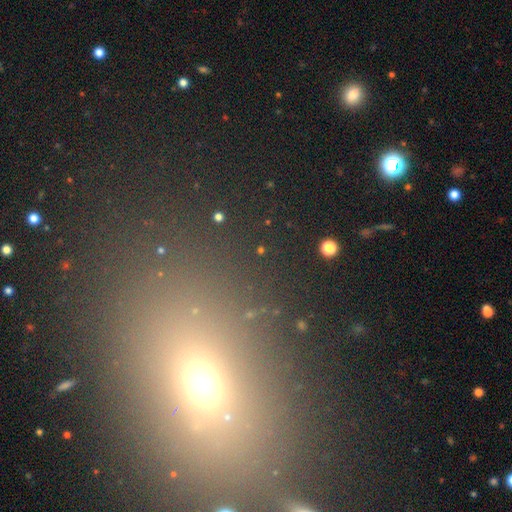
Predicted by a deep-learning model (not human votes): Q: Smooth or featured?
A: smooth (47%); runner-up: star or artifact (41%)
Q: Merging?
A: none (81%); runner-up: minor disturbance (9%)